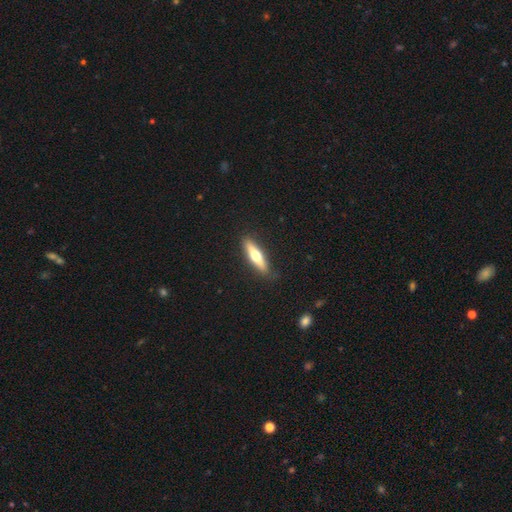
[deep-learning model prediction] A smooth galaxy with no disk features (49%).

Vote fractions:
- Smooth or featured? smooth: 49% / featured or disk: 46% / star or artifact: 5%
- Merging? none: 88% / minor disturbance: 9% / major disturbance: 2% / merger: 1%